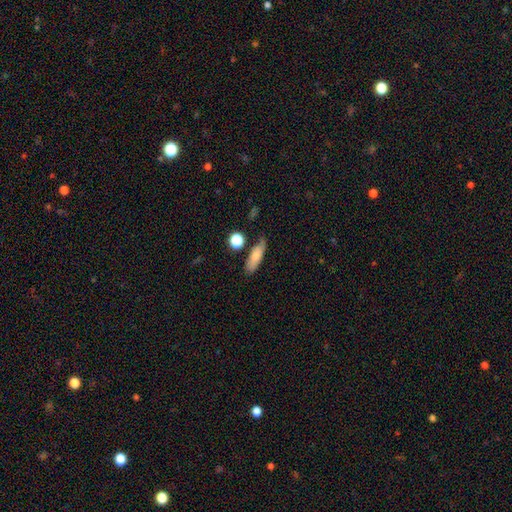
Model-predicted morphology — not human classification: smooth-or-featured: smooth: 74% | featured or disk: 18% | star or artifact: 8%
  how-rounded: in between: 56% | cigar-shaped: 40% | round: 4%
  merging: none: 64% | minor disturbance: 23% | major disturbance: 6% | merger: 6%